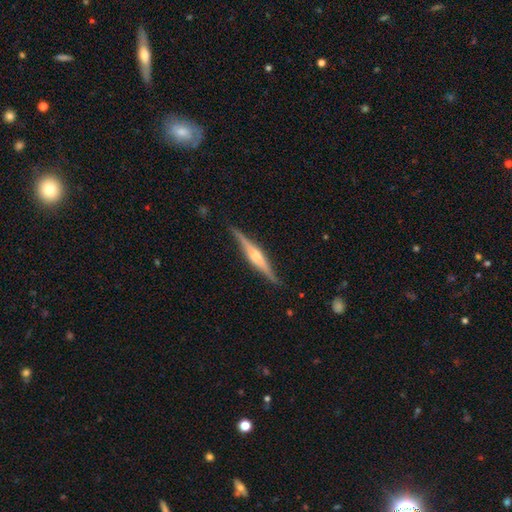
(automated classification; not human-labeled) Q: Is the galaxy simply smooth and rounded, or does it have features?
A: featured or disk — 80%.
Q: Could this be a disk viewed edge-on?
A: yes — 98%.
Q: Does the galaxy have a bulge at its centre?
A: rounded — 81%.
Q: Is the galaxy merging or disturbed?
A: none — 89%.